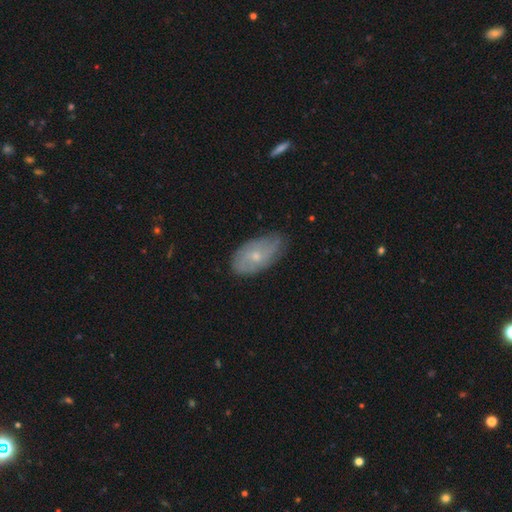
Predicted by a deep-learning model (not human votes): Overall: featured or disk (49%; smooth 44%). Merging: none (68%).